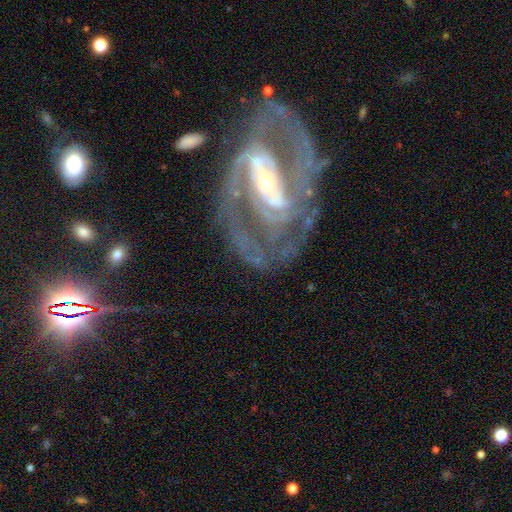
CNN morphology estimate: Overall: featured or disk (87%). Edge-on disk: no (96%). Bar: strong (41%; weak 31%). Spiral arms: yes (92%). Spiral arm count: 2 (48%; can't tell 20%). Spiral winding: tight (45%; medium 41%). Bulge size: small (55%; moderate 39%). Merging: none (48%; major disturbance 25%).